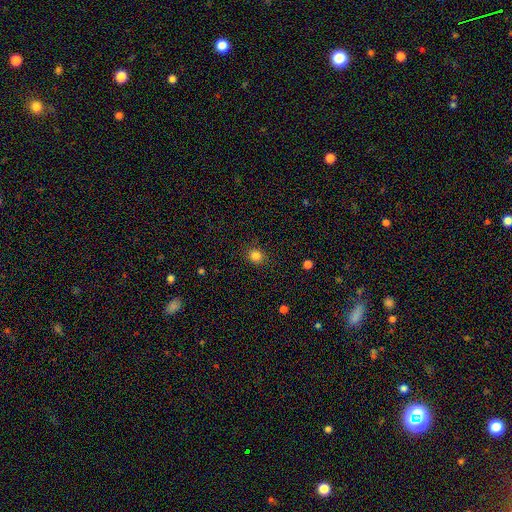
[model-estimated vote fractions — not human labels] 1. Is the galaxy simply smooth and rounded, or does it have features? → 83% smooth, 12% star or artifact, 5% featured or disk.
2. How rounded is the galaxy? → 78% round, 21% in between, 1% cigar-shaped.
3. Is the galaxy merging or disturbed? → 89% none, 8% minor disturbance, 2% major disturbance, 1% merger.